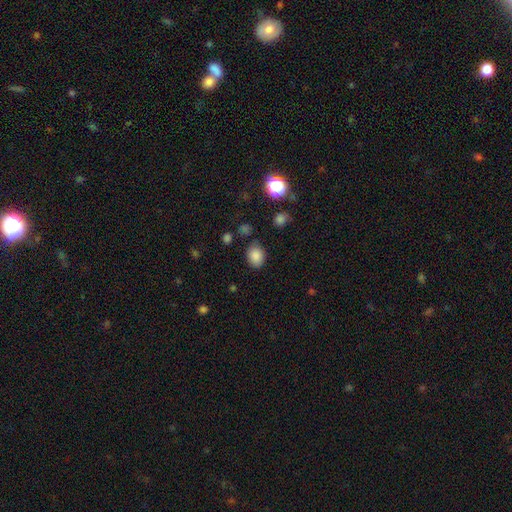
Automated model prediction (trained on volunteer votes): This is clearly a smooth galaxy (84%). How rounded: possibly in between (56%). Merging: likely none (77%).